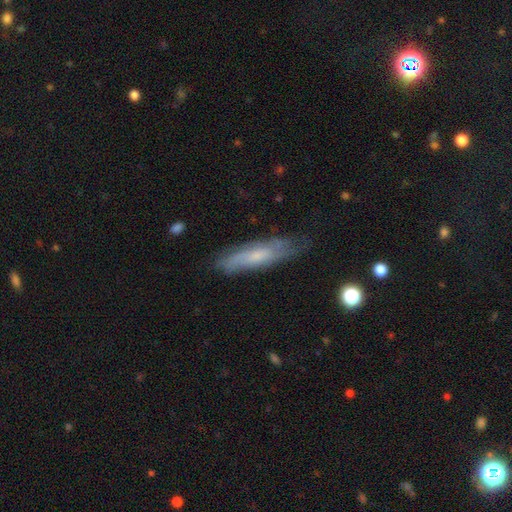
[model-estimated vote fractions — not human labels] Morphology: type=smooth (50%); merging=none (68%).